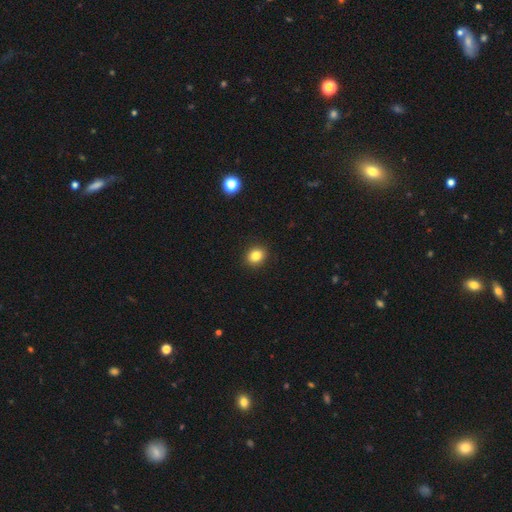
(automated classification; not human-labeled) Q: Smooth or featured?
A: smooth (84%); runner-up: star or artifact (11%)
Q: How rounded?
A: round (68%); runner-up: in between (31%)
Q: Merging?
A: none (92%); runner-up: minor disturbance (6%)